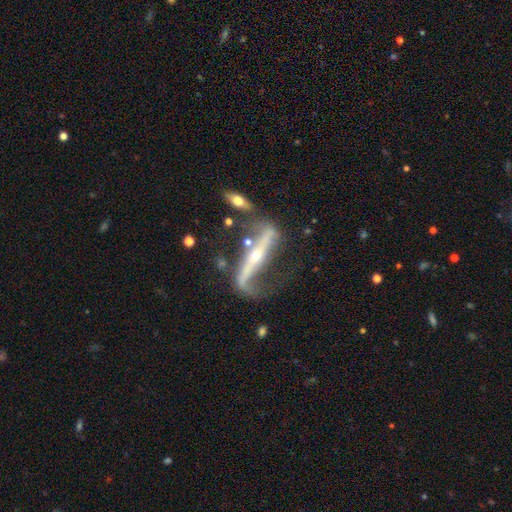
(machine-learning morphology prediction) Overall: featured or disk (86%). Edge-on disk: no (59%; yes 41%). Bar: strong (66%). Spiral arms: yes (86%). Bulge size: small (70%). Merging: none (45%; major disturbance 23%).